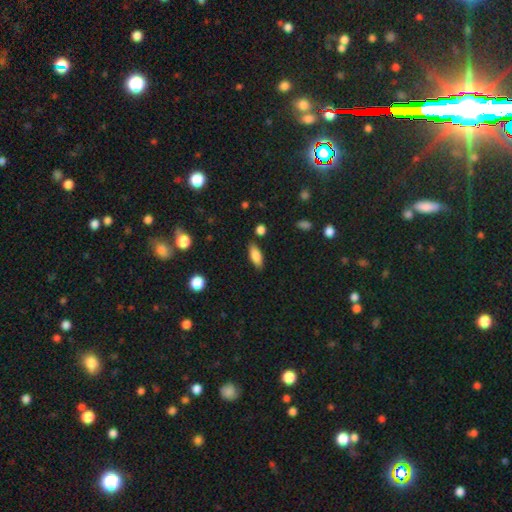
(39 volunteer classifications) Overall: smooth (79%). How rounded: in between (81%). Merging: none (83%).